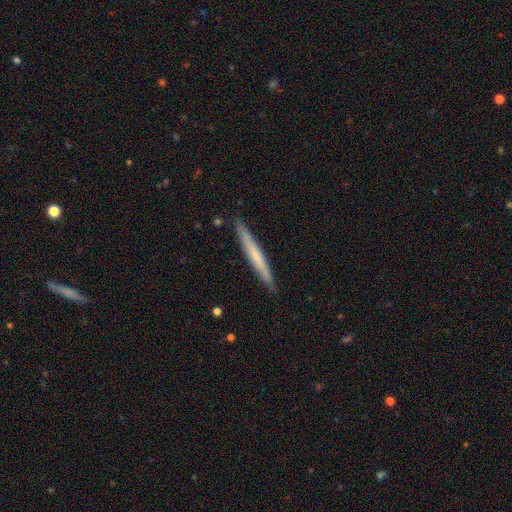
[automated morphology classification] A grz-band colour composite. It shows a smooth galaxy with no disk features (53%) that is cigar-shaped (97%). Merging: none (90%).